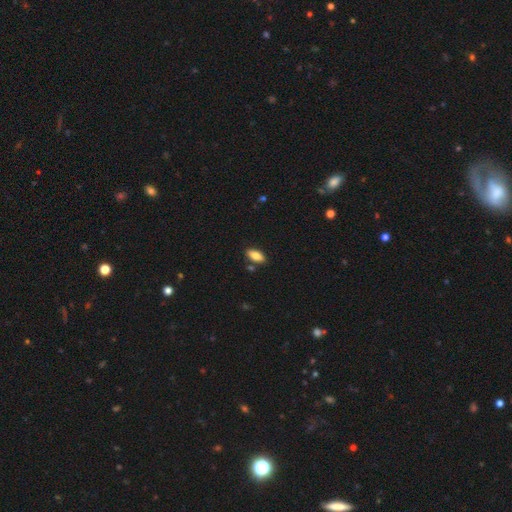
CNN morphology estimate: Smooth or featured?
  - smooth: 83% *
  - featured or disk: 10%
  - star or artifact: 7%
How rounded?
  - in between: 88% *
  - cigar-shaped: 10%
  - round: 2%
Merging?
  - none: 83% *
  - minor disturbance: 10%
  - merger: 4%
  - major disturbance: 2%